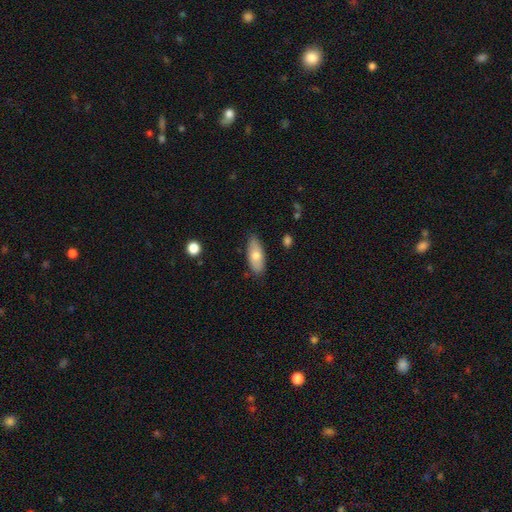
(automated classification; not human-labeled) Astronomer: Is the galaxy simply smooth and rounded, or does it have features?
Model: smooth — 71%.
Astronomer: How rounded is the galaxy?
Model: in between — 79%.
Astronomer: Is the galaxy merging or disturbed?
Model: none — 83%.